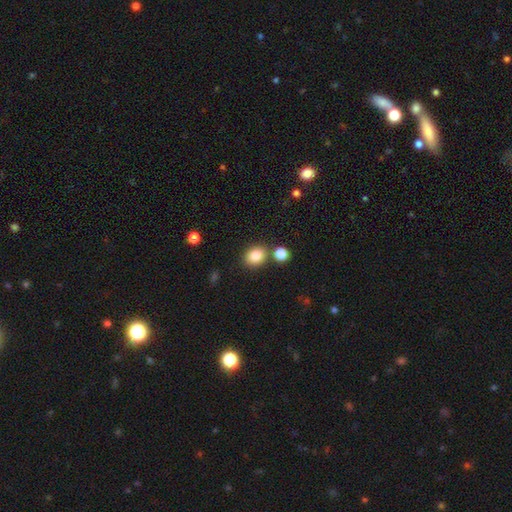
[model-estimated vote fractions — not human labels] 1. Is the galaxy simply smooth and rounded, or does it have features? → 84% smooth, 10% star or artifact, 6% featured or disk.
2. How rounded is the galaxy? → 53% round, 46% in between, 1% cigar-shaped.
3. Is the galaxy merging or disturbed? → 75% none, 13% merger, 9% minor disturbance, 3% major disturbance.